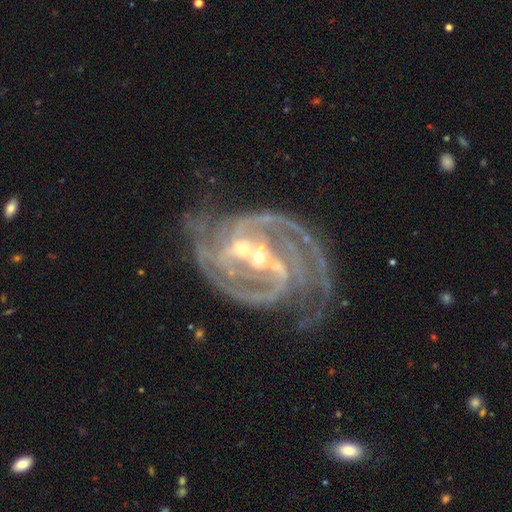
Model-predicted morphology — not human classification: Q: Smooth or featured?
A: featured or disk (91%); runner-up: star or artifact (6%)
Q: Edge-on disk?
A: no (98%); runner-up: yes (2%)
Q: Bar?
A: strong (36%); runner-up: weak (35%)
Q: Spiral arms?
A: yes (98%); runner-up: no (2%)
Q: Spiral winding?
A: tight (46%); runner-up: medium (45%)
Q: Spiral arm count?
A: 2 (34%); runner-up: 3 (31%)
Q: Bulge size?
A: small (69%); runner-up: moderate (24%)
Q: Merging?
A: none (38%); runner-up: merger (26%)